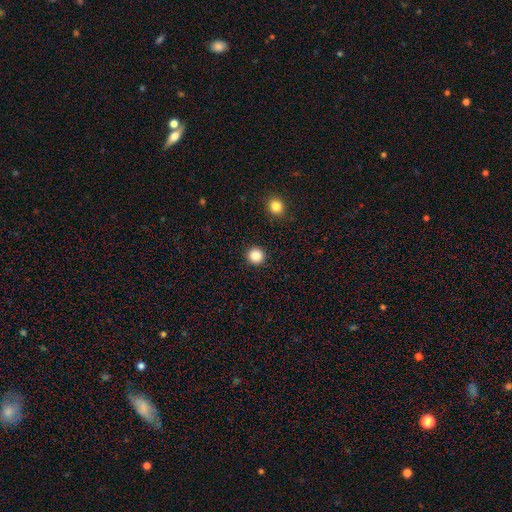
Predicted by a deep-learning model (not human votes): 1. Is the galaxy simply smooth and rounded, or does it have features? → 87% smooth, 10% star or artifact, 3% featured or disk.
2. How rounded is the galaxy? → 94% round, 5% in between, 1% cigar-shaped.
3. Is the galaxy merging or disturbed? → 92% none, 4% minor disturbance, 2% major disturbance, 1% merger.